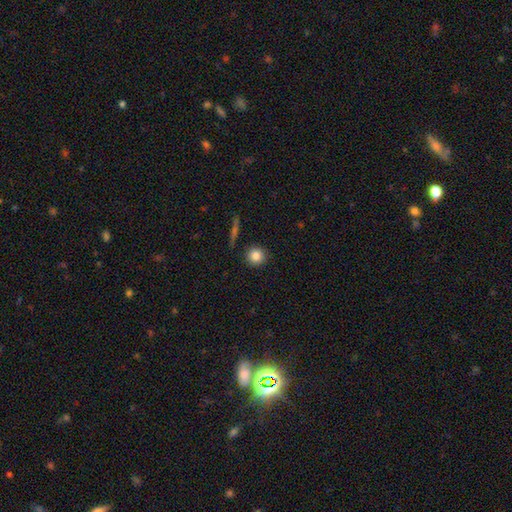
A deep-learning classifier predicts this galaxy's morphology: This appears to be a smooth galaxy with no disk features (84%) that is round (93%). Merging: none (90%).